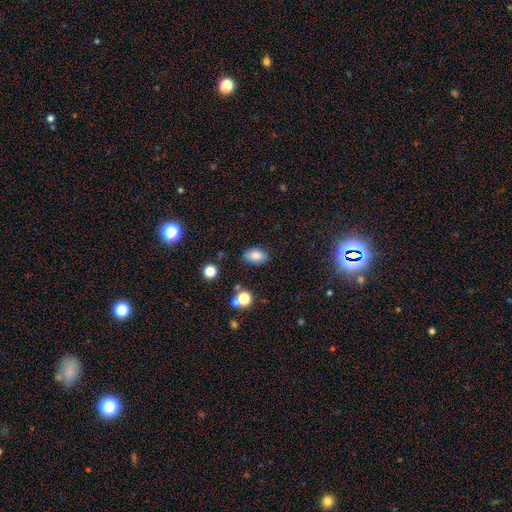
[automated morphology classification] The model was most divided on "merging": none: 83%, minor disturbance: 12%, major disturbance: 3%, merger: 2%. More confident: how rounded — in between (88%); smooth or featured — smooth (82%).